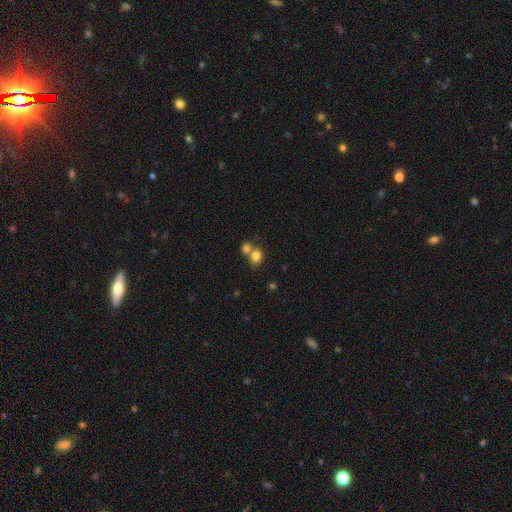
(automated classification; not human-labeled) smooth-or-featured: smooth: 80% | star or artifact: 11% | featured or disk: 9%
  how-rounded: round: 63% | in between: 36% | cigar-shaped: 1%
  merging: merger: 47% | none: 42% | minor disturbance: 7% | major disturbance: 3%